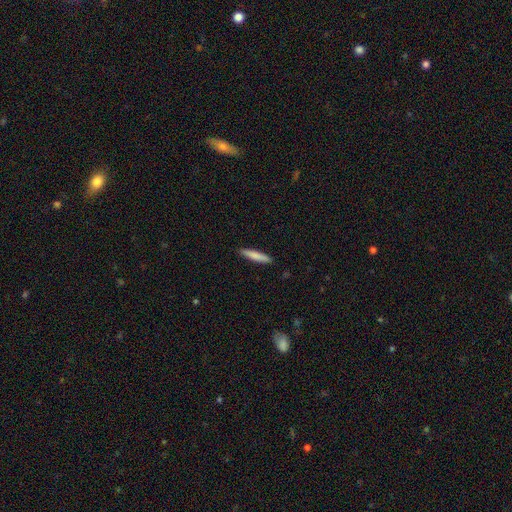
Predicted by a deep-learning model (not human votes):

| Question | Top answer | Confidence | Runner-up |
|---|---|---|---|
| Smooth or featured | smooth | 80% | featured or disk (14%) |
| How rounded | cigar-shaped | 91% | in between (8%) |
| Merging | none | 91% | minor disturbance (7%) |